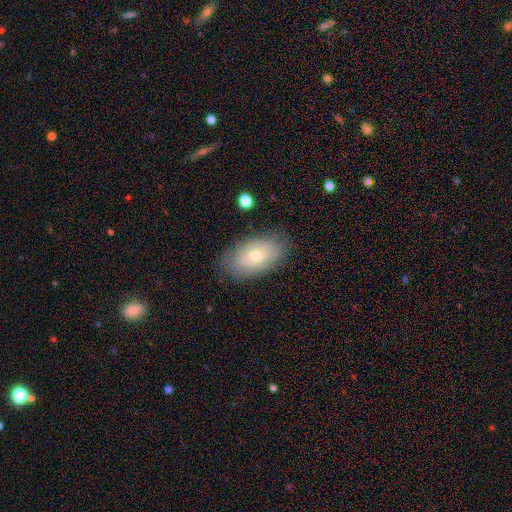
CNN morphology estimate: Smooth or featured? Predicted: smooth (p=0.64). How rounded? Predicted: in between (p=0.93). Merging? Predicted: none (p=0.81).